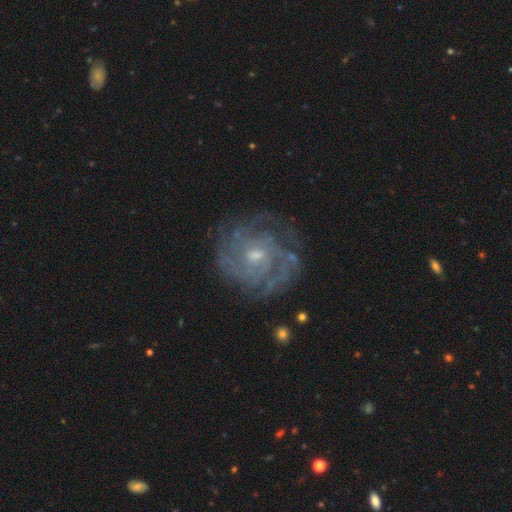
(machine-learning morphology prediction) The model was most divided on "bulge size": small: 49%, moderate: 46%, none: 2%, large: 2%, dominant: 1%. Remaining: edge-on disk — no (98%); spiral arms — yes (95%); smooth or featured — featured or disk (86%); merging — none (75%); spiral winding — tight (68%); bar — no (54%); spiral arm count — can't tell (32%).